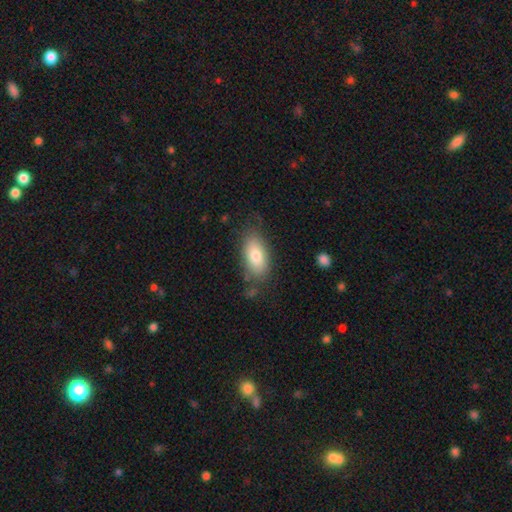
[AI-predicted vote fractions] Smooth or featured?
  - smooth: 77% *
  - featured or disk: 16%
  - star or artifact: 7%
How rounded?
  - in between: 90% *
  - cigar-shaped: 6%
  - round: 4%
Merging?
  - none: 74% *
  - minor disturbance: 18%
  - major disturbance: 5%
  - merger: 3%